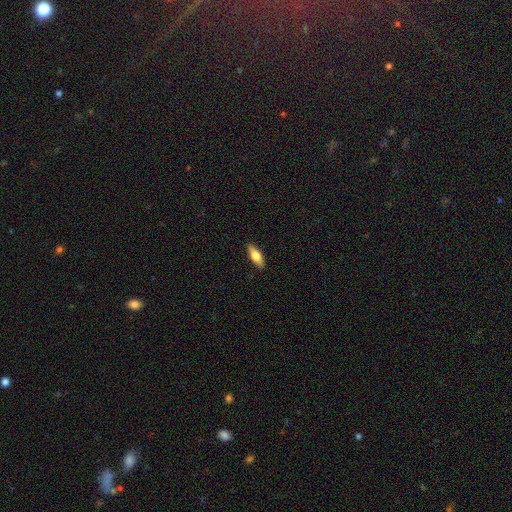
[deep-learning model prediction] Q: Smooth or featured?
A: smooth (69%); runner-up: featured or disk (25%)
Q: How rounded?
A: in between (61%); runner-up: cigar-shaped (36%)
Q: Merging?
A: none (89%); runner-up: minor disturbance (8%)